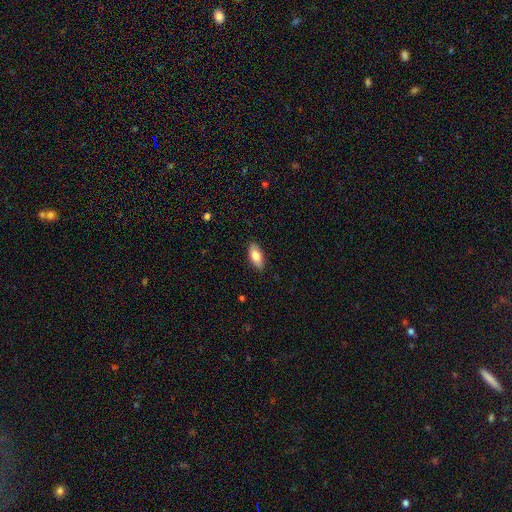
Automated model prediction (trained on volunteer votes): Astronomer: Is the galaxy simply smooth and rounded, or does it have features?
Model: smooth — 80%.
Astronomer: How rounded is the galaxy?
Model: in between — 87%.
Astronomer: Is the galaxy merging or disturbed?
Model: none — 88%.